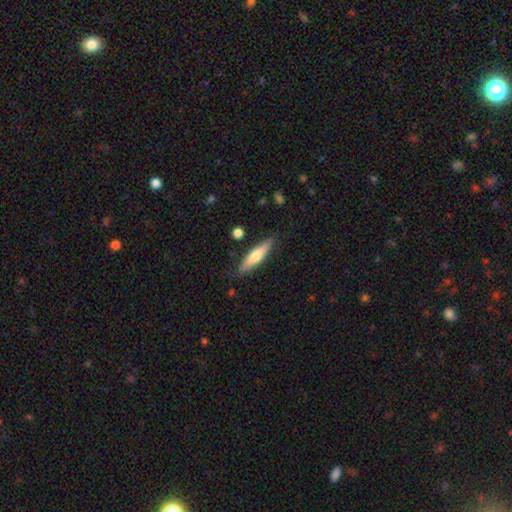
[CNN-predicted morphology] A smooth galaxy with no disk features (61%) that is cigar-shaped (77%).

Vote fractions:
- Smooth or featured? smooth: 61% / featured or disk: 33% / star or artifact: 6%
- How rounded? cigar-shaped: 77% / in between: 22% / round: 2%
- Merging? none: 83% / minor disturbance: 13% / major disturbance: 2% / merger: 2%